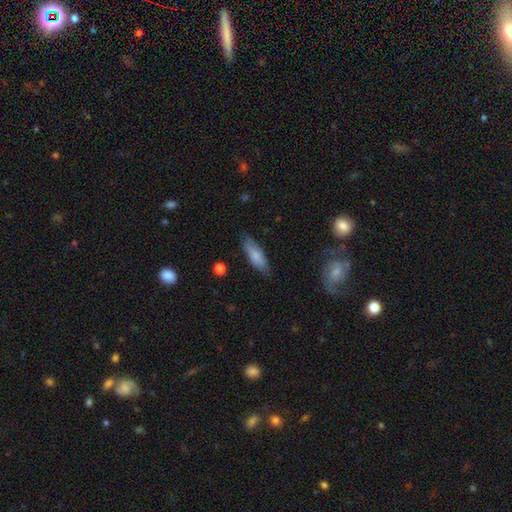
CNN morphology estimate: A smooth galaxy with no disk features (76%) that is in between round and cigar-shaped (59%). Merging: none (80%).